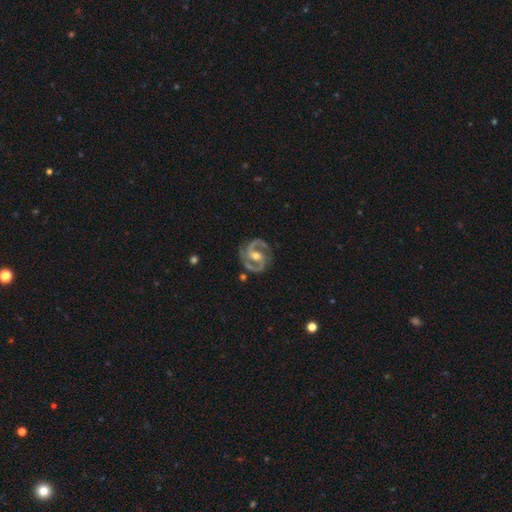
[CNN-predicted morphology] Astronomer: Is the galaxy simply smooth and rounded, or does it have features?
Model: featured or disk — 92%.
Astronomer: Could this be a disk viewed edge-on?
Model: no — 98%.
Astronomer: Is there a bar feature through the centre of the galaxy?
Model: weak — 39% (runner-up: strong, 34%).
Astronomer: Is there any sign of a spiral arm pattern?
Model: yes — 98%.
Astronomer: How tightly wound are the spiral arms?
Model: medium — 59%.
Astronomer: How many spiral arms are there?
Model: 2 — 93%.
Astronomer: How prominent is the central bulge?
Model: moderate — 67%.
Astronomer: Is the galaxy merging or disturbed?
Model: none — 81%.